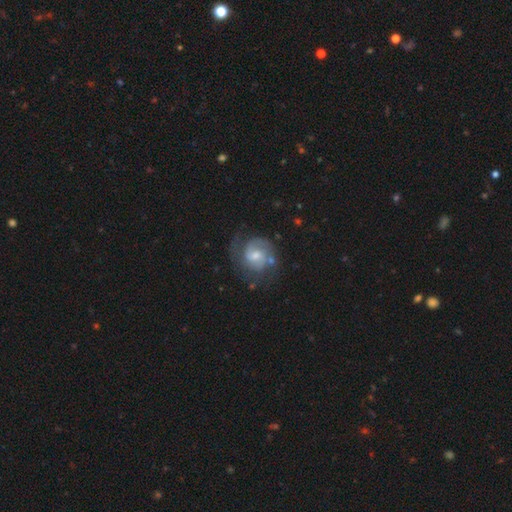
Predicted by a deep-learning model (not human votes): featured or disk 77%, smooth 17%, star or artifact 6%. Down the decision tree: edge-on disk — no (98%); bar — weak (52%); spiral arms — yes (93%); spiral arm count — 2 (65%); spiral winding — medium (45%); bulge size — moderate (48%); merging — none (60%).